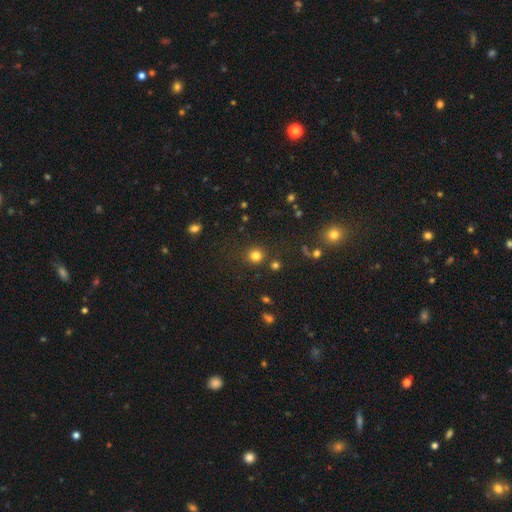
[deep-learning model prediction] Overall: smooth (79%). How rounded: round (91%). Merging: none (85%).